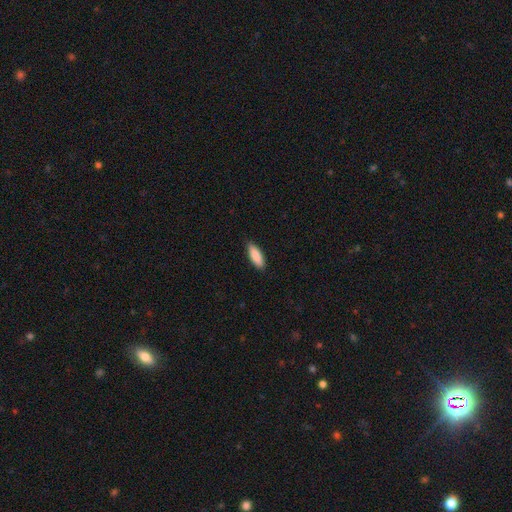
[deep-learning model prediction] Smooth or featured? smooth (89%)
How rounded? in between (59%)
Merging? none (88%)